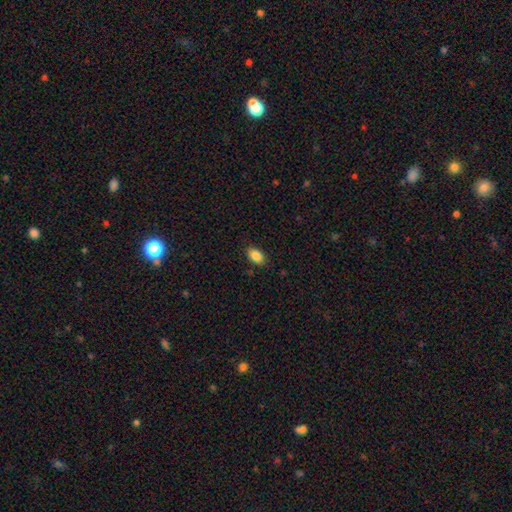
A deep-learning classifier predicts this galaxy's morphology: Smooth or featured? Predicted: smooth (p=0.87). How rounded? Predicted: in between (p=0.91). Merging? Predicted: none (p=0.87).